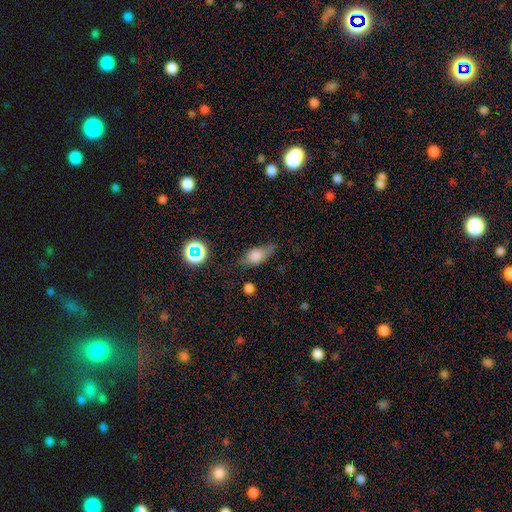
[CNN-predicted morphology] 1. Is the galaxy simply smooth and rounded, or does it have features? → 70% smooth, 19% featured or disk, 11% star or artifact.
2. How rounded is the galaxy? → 74% in between, 14% round, 13% cigar-shaped.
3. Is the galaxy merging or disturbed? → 53% none, 31% minor disturbance, 12% major disturbance, 3% merger.